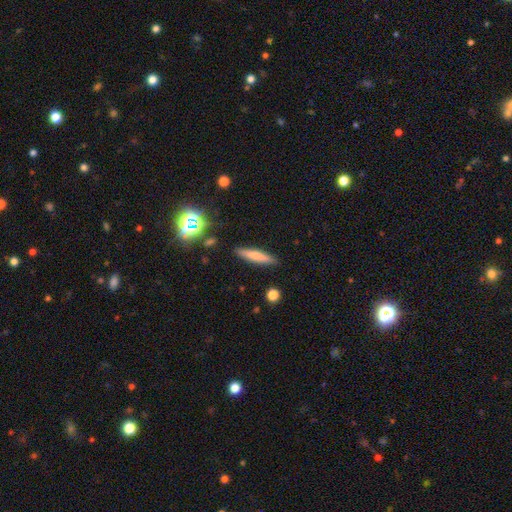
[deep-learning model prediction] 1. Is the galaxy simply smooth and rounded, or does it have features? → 67% smooth, 24% featured or disk, 9% star or artifact.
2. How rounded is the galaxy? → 87% cigar-shaped, 11% in between, 2% round.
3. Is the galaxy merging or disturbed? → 89% none, 8% minor disturbance, 2% major disturbance, 2% merger.